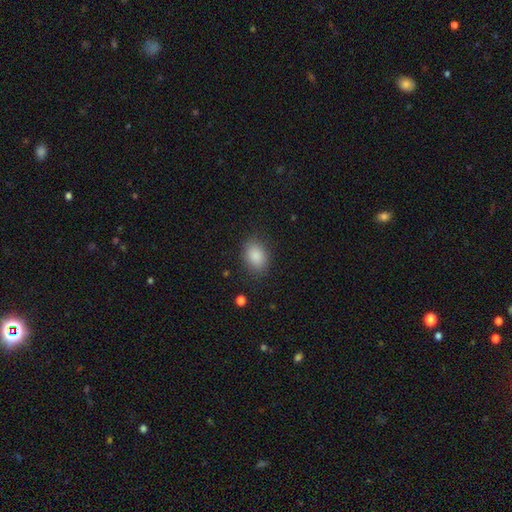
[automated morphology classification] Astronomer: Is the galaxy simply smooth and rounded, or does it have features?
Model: smooth — 87%.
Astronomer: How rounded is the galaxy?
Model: in between — 75%.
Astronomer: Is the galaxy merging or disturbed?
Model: none — 83%.